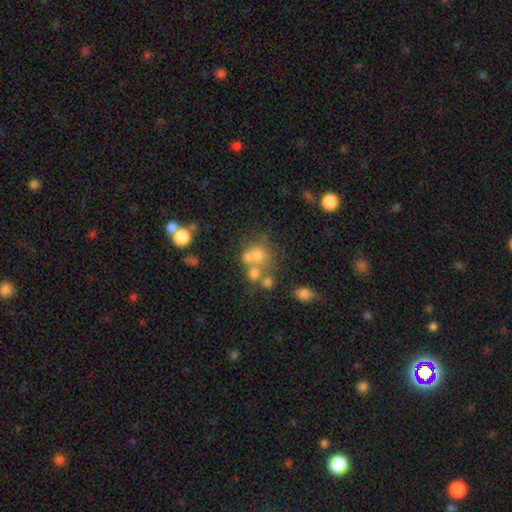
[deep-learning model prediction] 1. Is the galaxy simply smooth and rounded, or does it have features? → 56% smooth, 25% featured or disk, 19% star or artifact.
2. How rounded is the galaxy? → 68% round, 31% in between, 1% cigar-shaped.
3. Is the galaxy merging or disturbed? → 46% merger, 35% none, 10% minor disturbance, 9% major disturbance.